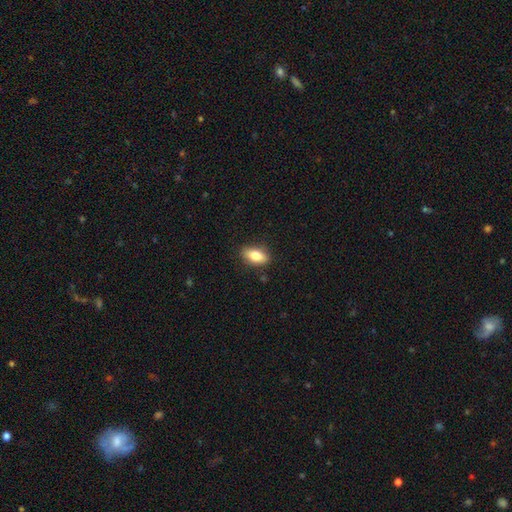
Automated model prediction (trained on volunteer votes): Smooth or featured? smooth (78%)
How rounded? in between (86%)
Merging? none (86%)